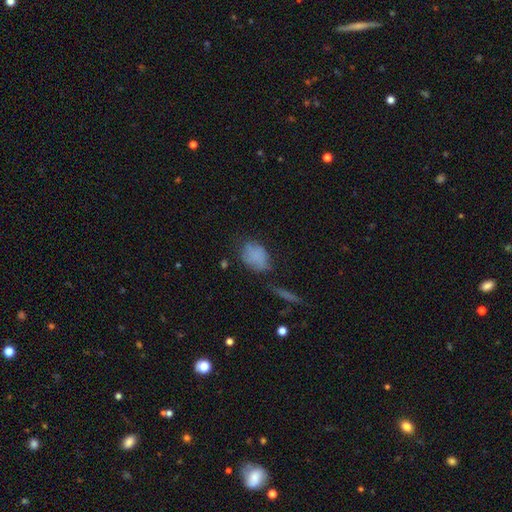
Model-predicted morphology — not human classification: A smooth galaxy with no disk features (74%) that is in between round and cigar-shaped (73%). Merging: none (50%).